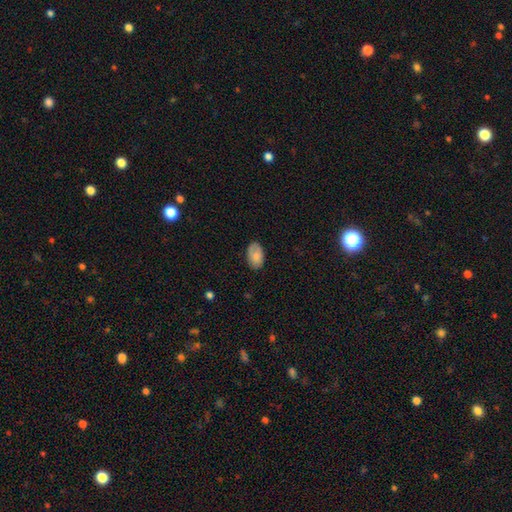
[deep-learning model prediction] A smooth galaxy with no disk features (81%) that is in between round and cigar-shaped (92%). Merging: none (80%).